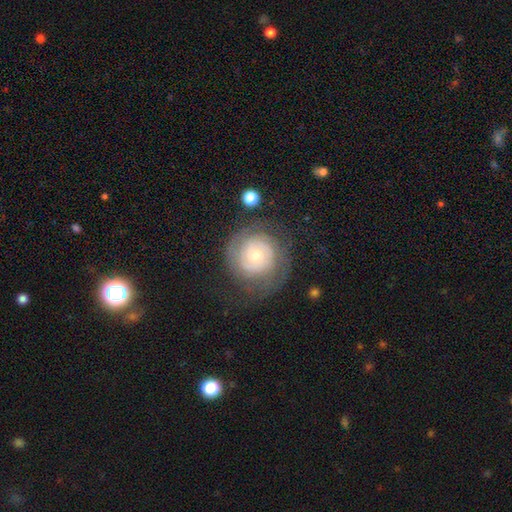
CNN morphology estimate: This is likely a featured or disk galaxy (77%). It is clearly not viewed edge-on (98%). Bar: likely no (75%). Spiral arm pattern: clearly yes (90%). Spiral arm count: marginally 2 (44%). Spiral winding: likely tight (74%). Central bulge: possibly small (56%). Merging: likely none (71%).